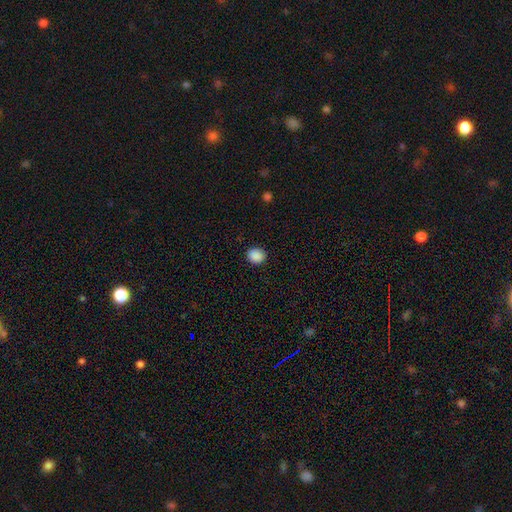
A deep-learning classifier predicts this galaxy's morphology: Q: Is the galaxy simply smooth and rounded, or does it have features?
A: smooth — 89%.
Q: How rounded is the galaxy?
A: round — 65%.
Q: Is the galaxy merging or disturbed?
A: none — 89%.